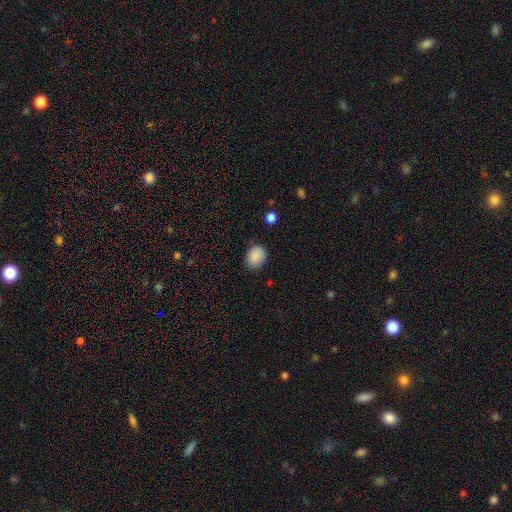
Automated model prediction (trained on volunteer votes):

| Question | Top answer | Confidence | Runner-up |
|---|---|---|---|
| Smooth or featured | smooth | 88% | star or artifact (8%) |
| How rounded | in between | 53% | round (47%) |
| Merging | none | 80% | minor disturbance (15%) |